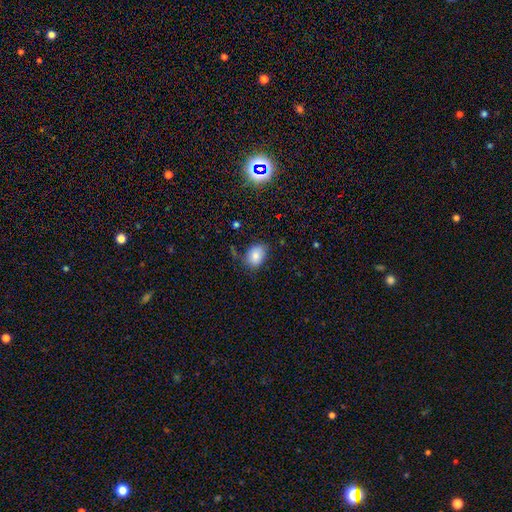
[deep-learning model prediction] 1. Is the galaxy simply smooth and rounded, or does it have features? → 82% smooth, 10% star or artifact, 9% featured or disk.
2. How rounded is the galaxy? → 73% in between, 26% round, 1% cigar-shaped.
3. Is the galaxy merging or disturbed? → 70% none, 22% minor disturbance, 5% major disturbance, 3% merger.